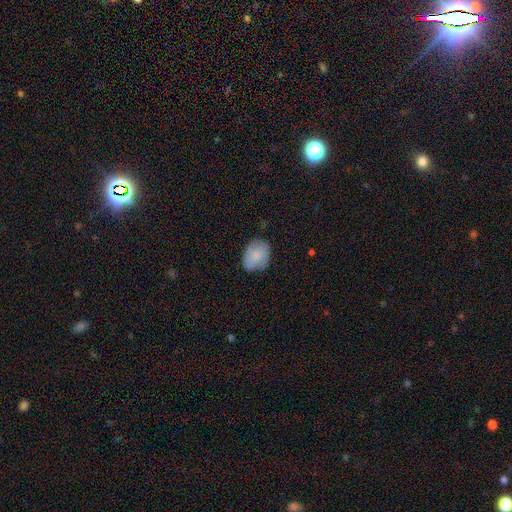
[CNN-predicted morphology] smooth_or_featured: smooth (p=0.77) [alt: featured or disk p=0.17]
how_rounded: in between (p=0.63) [alt: round p=0.36]
merging: none (p=0.75) [alt: minor disturbance p=0.20]